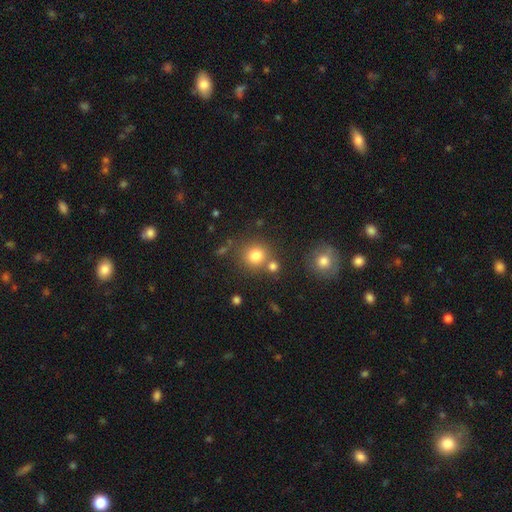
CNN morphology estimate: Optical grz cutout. It shows a smooth galaxy with no disk features (79%) that is round (91%). Merging: none (72%).